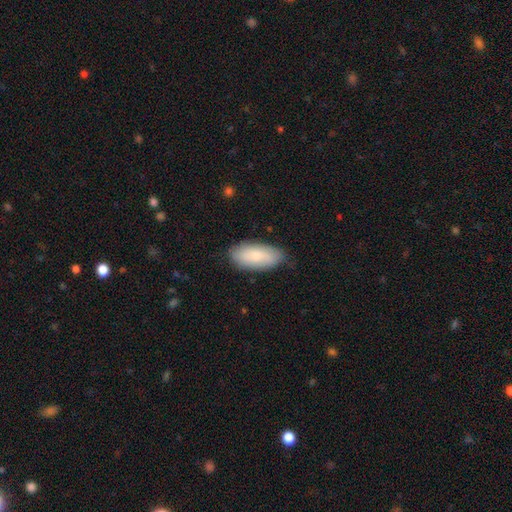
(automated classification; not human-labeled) This is likely a smooth galaxy (74%). How rounded: clearly in between (91%). Merging: likely none (78%).